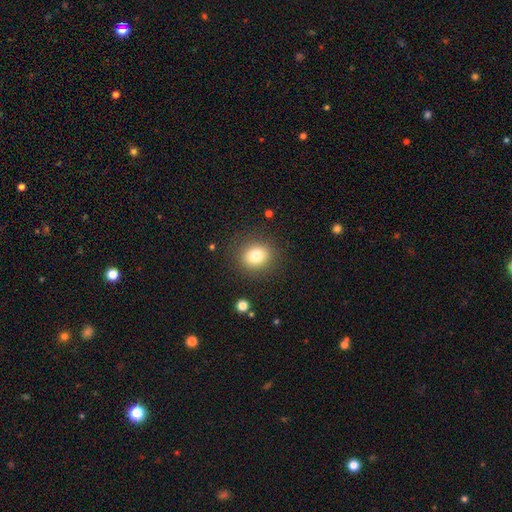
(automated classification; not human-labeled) smooth 79%, star or artifact 12%, featured or disk 9%. Down the decision tree: how rounded — round (78%); merging — none (87%).